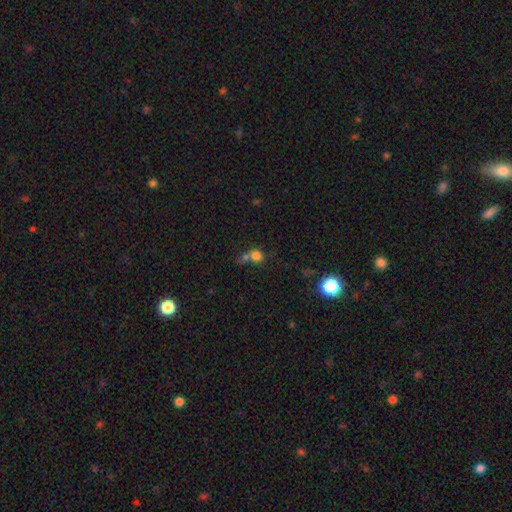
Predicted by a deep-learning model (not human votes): Morphology: type=smooth (75%); roundness=round (83%); merging=none (44%).